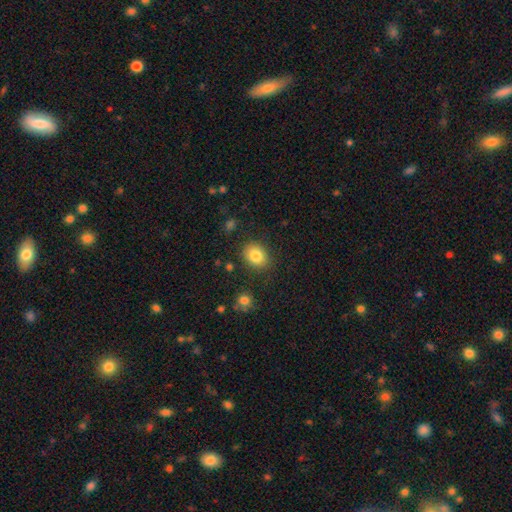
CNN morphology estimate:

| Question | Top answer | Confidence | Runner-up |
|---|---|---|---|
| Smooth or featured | smooth | 83% | star or artifact (10%) |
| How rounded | in between | 52% | round (47%) |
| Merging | none | 85% | minor disturbance (10%) |